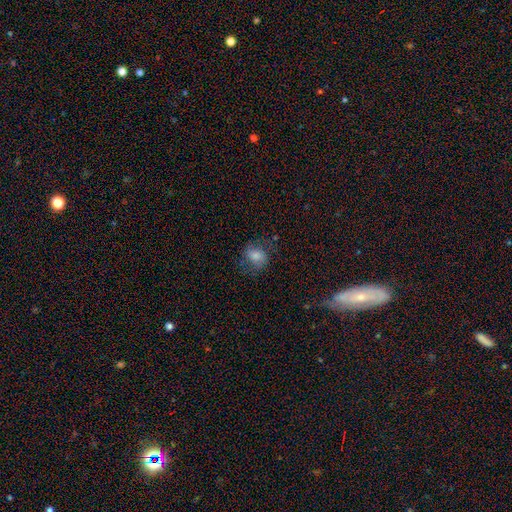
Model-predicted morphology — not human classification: type=smooth (57%); roundness=in between (54%); merging=none (65%).